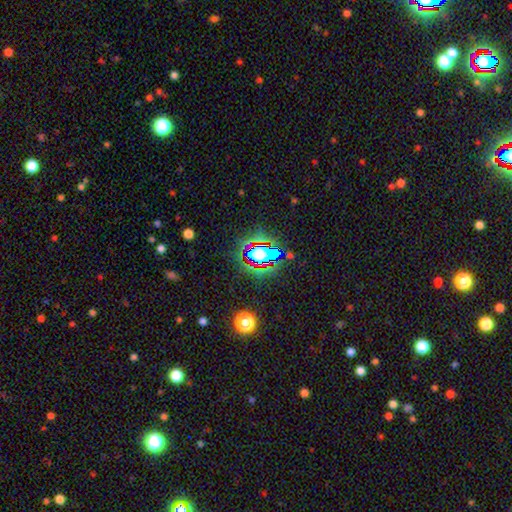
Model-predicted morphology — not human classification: The model was most divided on "smooth or featured": star or artifact: 56%, smooth: 29%, featured or disk: 15%.